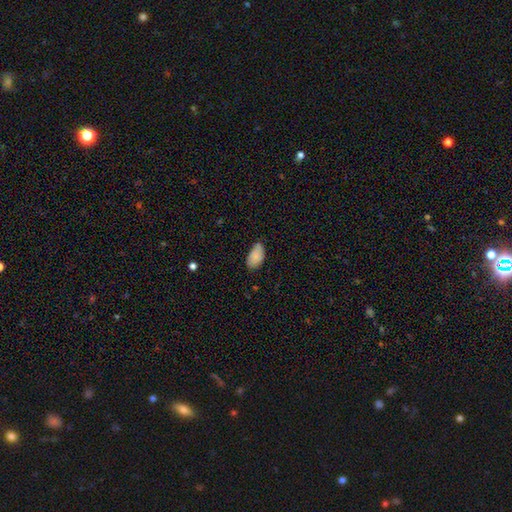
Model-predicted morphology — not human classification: A smooth galaxy with no disk features (84%) that is in between round and cigar-shaped (94%).

Vote fractions:
- Smooth or featured? smooth: 84% / featured or disk: 9% / star or artifact: 8%
- How rounded? in between: 94% / round: 4% / cigar-shaped: 2%
- Merging? none: 57% / minor disturbance: 34% / major disturbance: 6% / merger: 4%